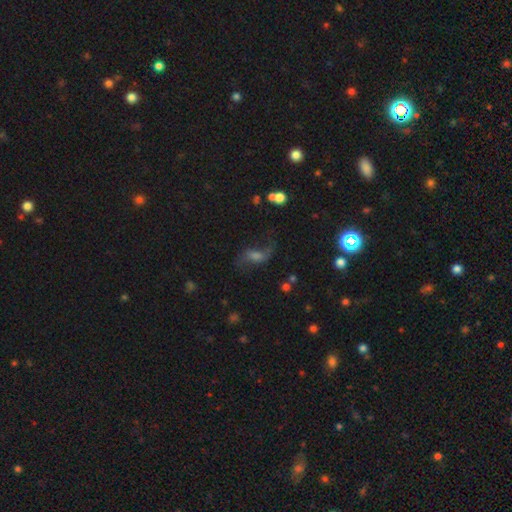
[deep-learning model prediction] This appears to be a featured or disk galaxy (59%) with a weak bar (45%), spiral arms (89%) and a moderate central bulge (40%). Merging: none (60%).